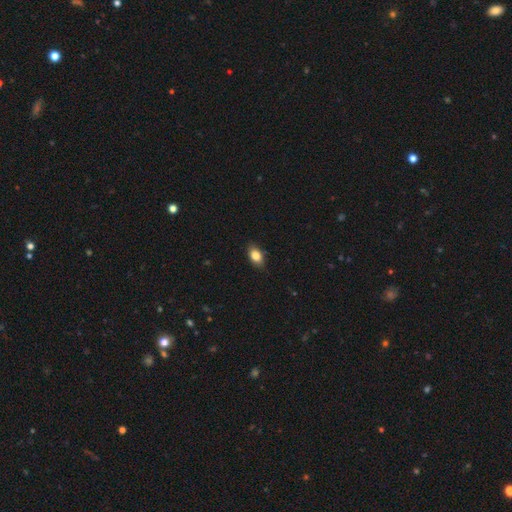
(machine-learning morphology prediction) smooth_or_featured: smooth (p=0.84) [alt: featured or disk p=0.08]
how_rounded: in between (p=0.87) [alt: round p=0.11]
merging: none (p=0.84) [alt: minor disturbance p=0.13]